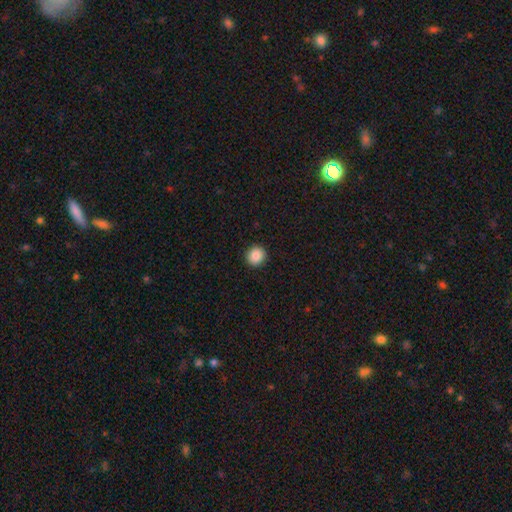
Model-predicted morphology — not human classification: smooth 87%, star or artifact 9%, featured or disk 4%. Down the decision tree: how rounded — round (93%); merging — none (92%).